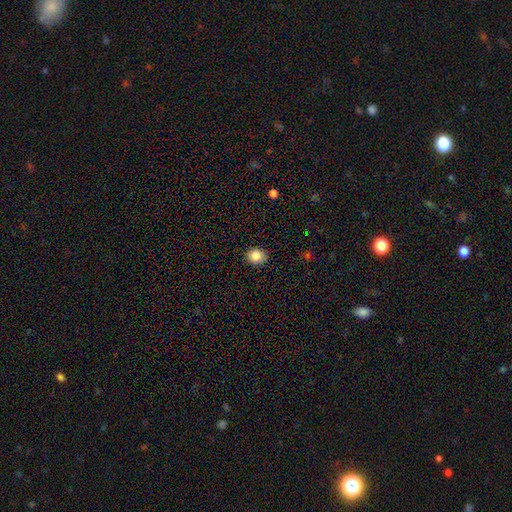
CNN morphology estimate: A smooth galaxy with no disk features (83%) that is round (67%).

Vote fractions:
- Smooth or featured? smooth: 83% / star or artifact: 10% / featured or disk: 7%
- How rounded? round: 67% / in between: 32% / cigar-shaped: 1%
- Merging? none: 90% / minor disturbance: 7% / major disturbance: 2% / merger: 1%